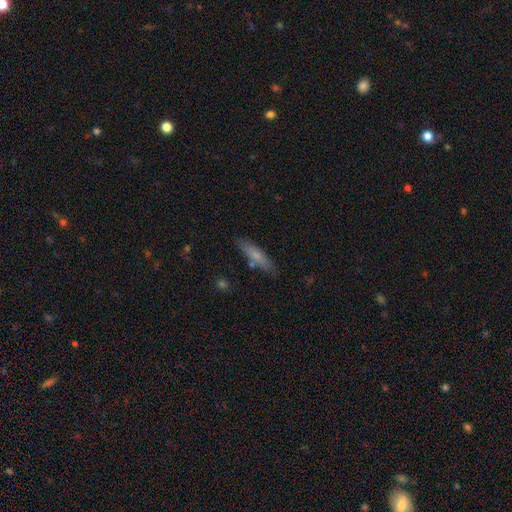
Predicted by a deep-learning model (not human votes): A smooth galaxy with no disk features (73%) that is cigar-shaped (75%). Merging: none (81%).